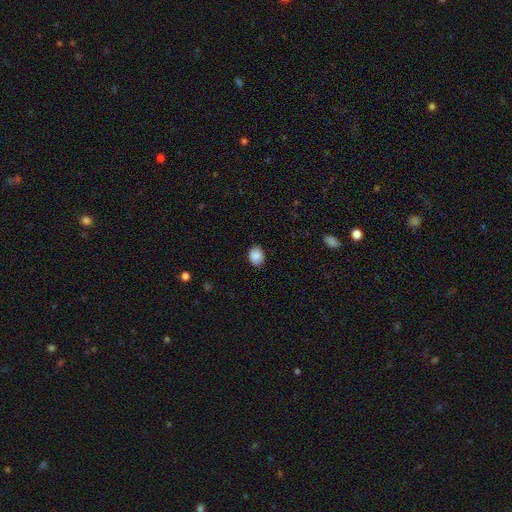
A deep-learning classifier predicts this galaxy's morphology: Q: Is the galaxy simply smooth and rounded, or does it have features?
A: smooth — 88%.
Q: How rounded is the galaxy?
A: in between — 56%.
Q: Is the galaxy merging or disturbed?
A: none — 85%.